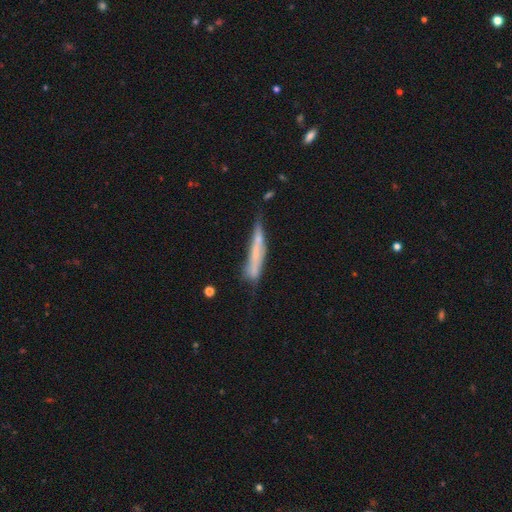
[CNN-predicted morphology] Smooth or featured: smooth — 51% (featured or disk — 41%)
How rounded: cigar-shaped — 93% (in between — 6%)
Merging: none — 49% (minor disturbance — 30%)